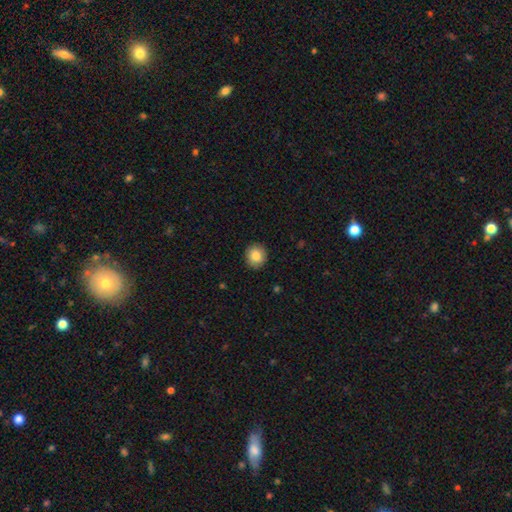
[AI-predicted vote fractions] Smooth or featured?
  - smooth: 85% *
  - star or artifact: 8%
  - featured or disk: 6%
How rounded?
  - round: 87% *
  - in between: 12%
  - cigar-shaped: 1%
Merging?
  - none: 91% *
  - minor disturbance: 6%
  - major disturbance: 2%
  - merger: 1%